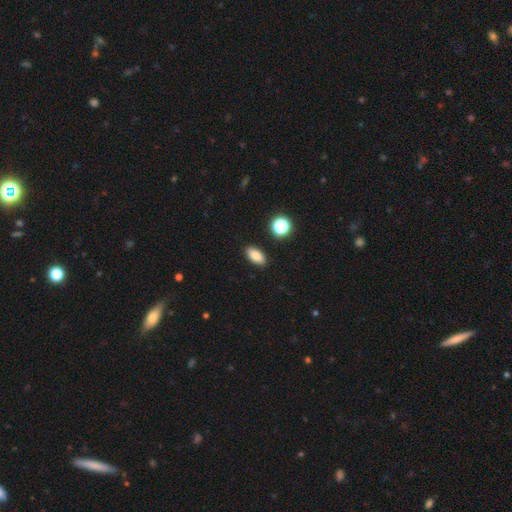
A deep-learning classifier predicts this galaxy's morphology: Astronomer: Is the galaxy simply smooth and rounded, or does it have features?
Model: smooth — 81%.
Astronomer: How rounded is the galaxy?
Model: in between — 88%.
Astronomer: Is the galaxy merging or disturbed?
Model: none — 89%.